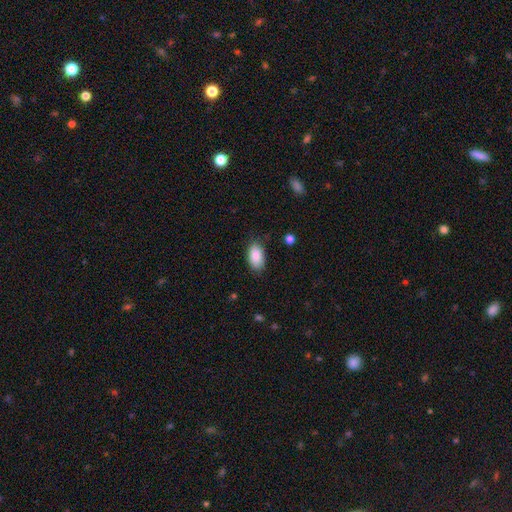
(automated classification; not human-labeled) This appears to be a smooth galaxy with no disk features (87%) that is in between round and cigar-shaped (94%). Merging: none (82%).